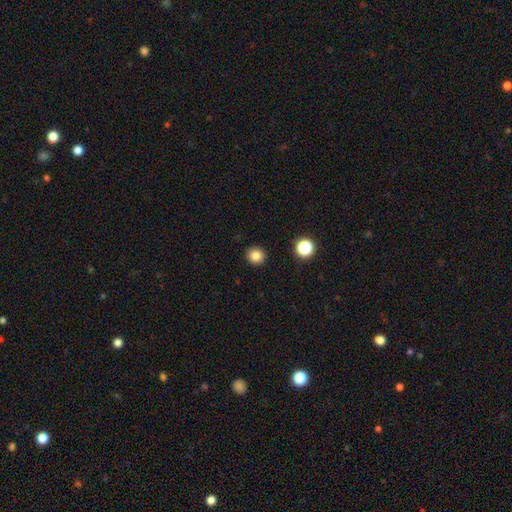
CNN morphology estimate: A smooth galaxy with no disk features (83%) that is round (91%).

Vote fractions:
- Smooth or featured? smooth: 83% / star or artifact: 12% / featured or disk: 5%
- How rounded? round: 91% / in between: 8% / cigar-shaped: 1%
- Merging? none: 92% / minor disturbance: 5% / major disturbance: 2% / merger: 1%